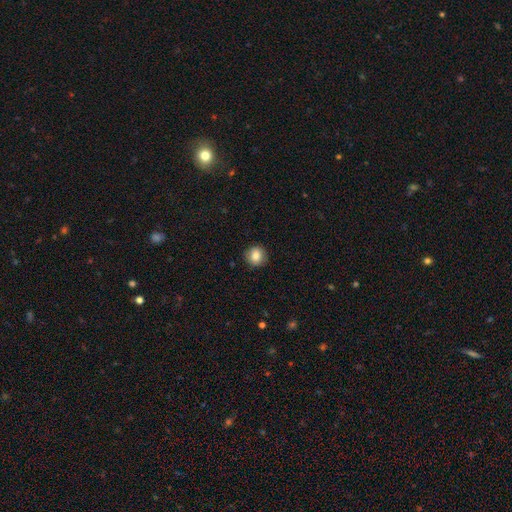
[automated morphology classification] This is clearly a smooth galaxy (84%). How rounded: clearly round (90%). Merging: clearly none (89%).